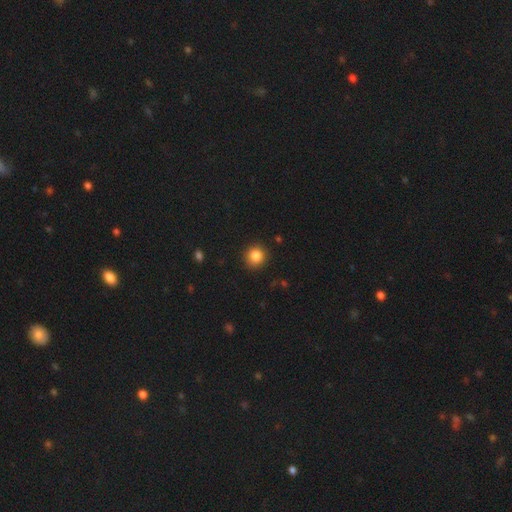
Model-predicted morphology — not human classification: Smooth or featured: smooth — 85% (star or artifact — 10%)
How rounded: round — 92% (in between — 7%)
Merging: none — 91% (minor disturbance — 6%)